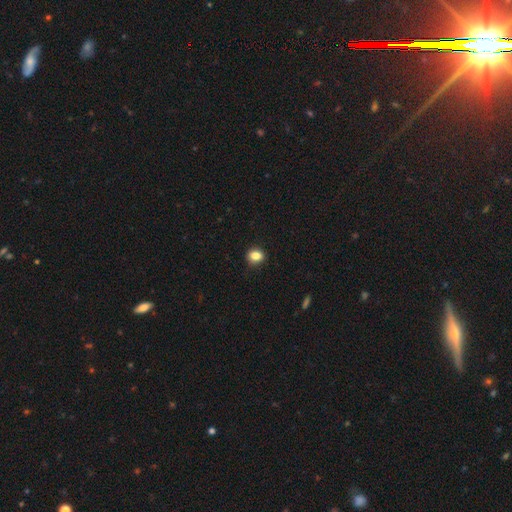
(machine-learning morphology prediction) Smooth or featured? Predicted: smooth (p=0.84). How rounded? Predicted: round (p=0.54). Merging? Predicted: none (p=0.86).